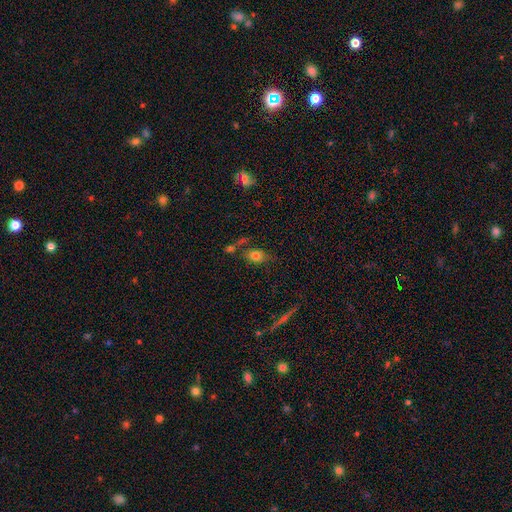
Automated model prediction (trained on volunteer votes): Smooth or featured: smooth — 75% (featured or disk — 13%)
How rounded: in between — 71% (round — 26%)
Merging: none — 58% (minor disturbance — 17%)